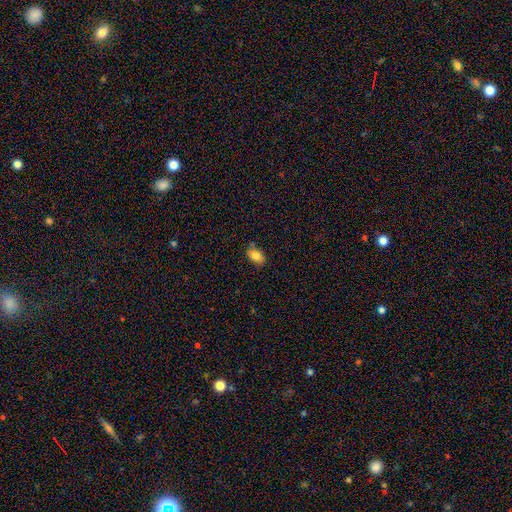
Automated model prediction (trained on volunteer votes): smooth_or_featured: smooth (p=0.83) [alt: star or artifact p=0.09]
how_rounded: in between (p=0.83) [alt: round p=0.15]
merging: none (p=0.77) [alt: minor disturbance p=0.16]